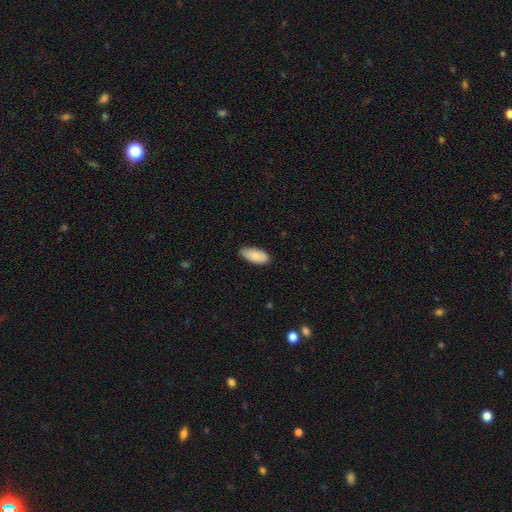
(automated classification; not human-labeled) smooth 87%, featured or disk 7%, star or artifact 6%. Down the decision tree: how rounded — in between (90%); merging — none (81%).